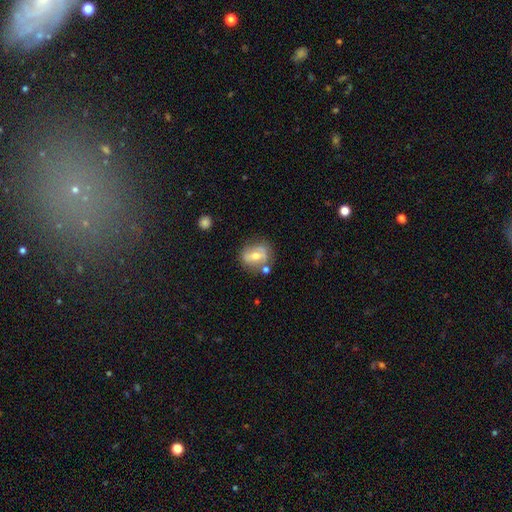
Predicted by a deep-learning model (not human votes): Smooth or featured: featured or disk — 47% (smooth — 44%)
Merging: none — 62% (minor disturbance — 20%)